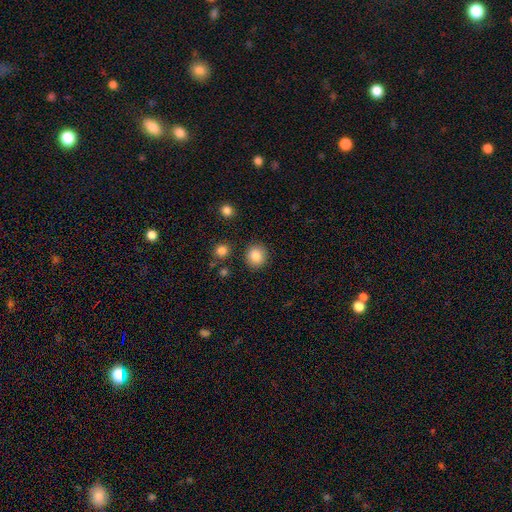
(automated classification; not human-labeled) A smooth galaxy with no disk features (85%) that is round (87%).

Vote fractions:
- Smooth or featured? smooth: 85% / star or artifact: 9% / featured or disk: 6%
- How rounded? round: 87% / in between: 12% / cigar-shaped: 1%
- Merging? none: 89% / minor disturbance: 7% / merger: 2% / major disturbance: 2%